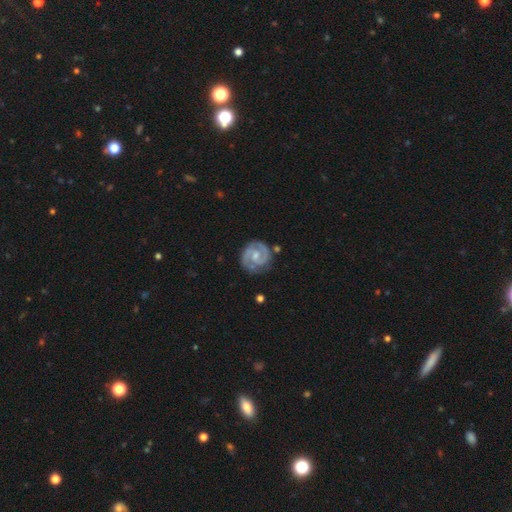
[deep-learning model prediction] Smooth or featured?
  - featured or disk: 88% *
  - smooth: 8%
  - star or artifact: 4%
Edge-on disk?
  - no: 98% *
  - yes: 2%
Bar?
  - weak: 50% *
  - no: 38%
  - strong: 12%
Spiral arms?
  - yes: 97% *
  - no: 3%
Spiral winding?
  - tight: 50% *
  - medium: 43%
  - loose: 7%
Spiral arm count?
  - 2: 89% *
  - can't tell: 4%
  - 3: 3%
  - 1: 1%
  - 4: 1%
  - more than 4: 1%
Bulge size?
  - moderate: 46% *
  - small: 45%
  - none: 6%
  - large: 2%
  - dominant: 1%
Merging?
  - none: 79% *
  - minor disturbance: 14%
  - major disturbance: 4%
  - merger: 2%